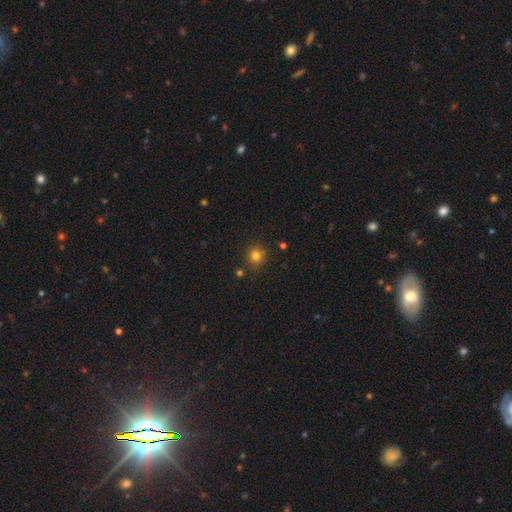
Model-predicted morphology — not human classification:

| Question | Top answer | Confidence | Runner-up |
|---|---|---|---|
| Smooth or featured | smooth | 78% | star or artifact (15%) |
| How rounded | round | 90% | in between (10%) |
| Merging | none | 84% | minor disturbance (9%) |